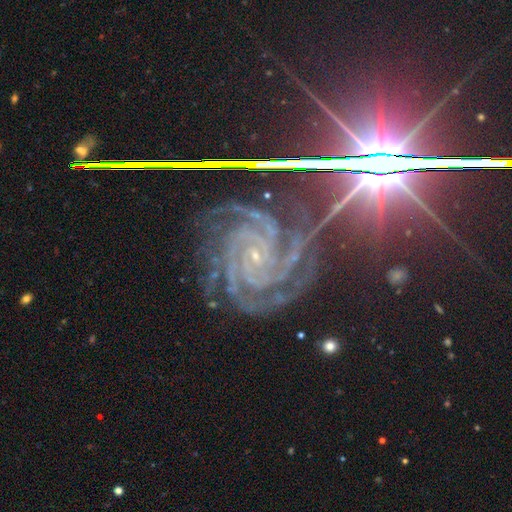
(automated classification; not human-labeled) The model was most divided on "spiral arm count": 4: 31%, 3: 23%, more than 4: 18%, 2: 11%, can't tell: 10%, 1: 8%. More confident: spiral arms — yes (99%); edge-on disk — no (97%); bulge size — small (86%); smooth or featured — featured or disk (82%); spiral winding — tight (80%); merging — none (76%); bar — no (71%).